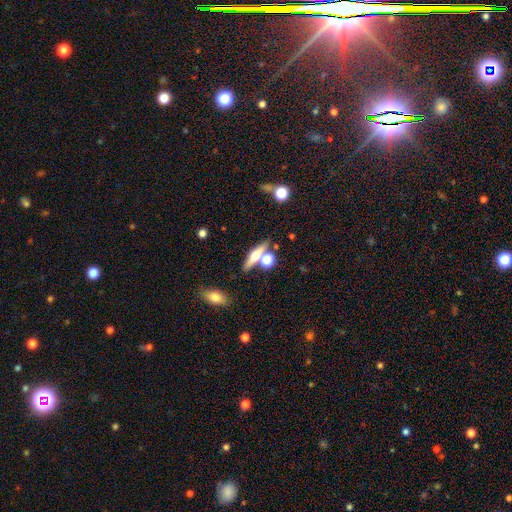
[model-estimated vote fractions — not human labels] The model was most divided on "smooth or featured": smooth: 46%, featured or disk: 43%, star or artifact: 10%. More confident: merging — none (65%).